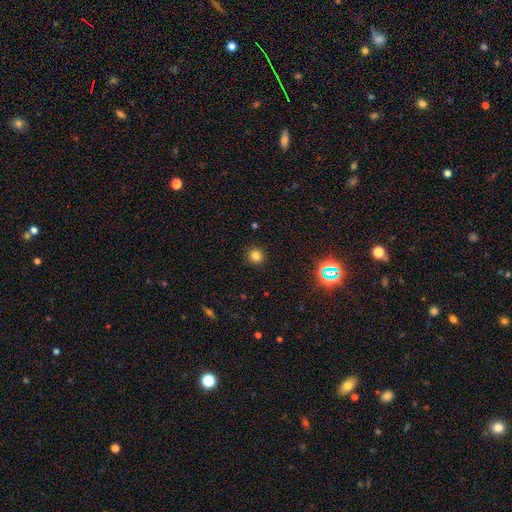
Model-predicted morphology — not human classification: smooth 80%, star or artifact 16%, featured or disk 5%. Down the decision tree: how rounded — round (94%); merging — none (91%).